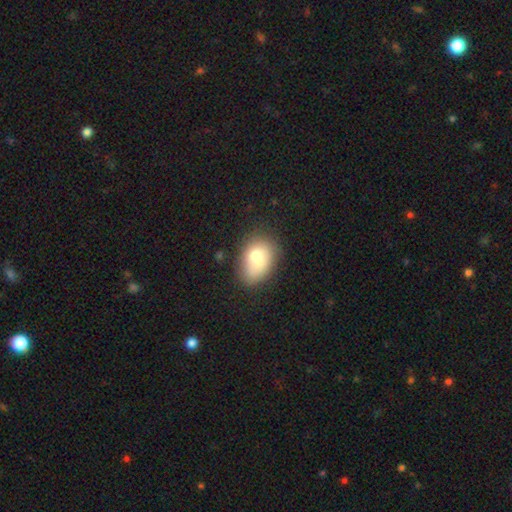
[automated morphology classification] A smooth galaxy with no disk features (70%) that is in between round and cigar-shaped (76%).

Vote fractions:
- Smooth or featured? smooth: 70% / featured or disk: 21% / star or artifact: 9%
- How rounded? in between: 76% / round: 22% / cigar-shaped: 1%
- Merging? none: 46% / minor disturbance: 24% / merger: 22% / major disturbance: 8%